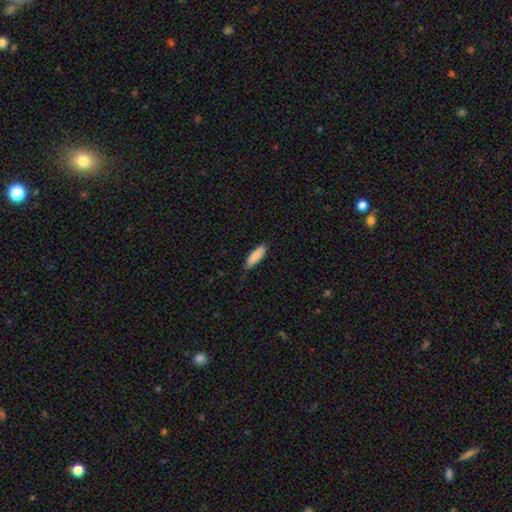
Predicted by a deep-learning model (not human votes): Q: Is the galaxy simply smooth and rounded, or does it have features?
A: smooth — 87%.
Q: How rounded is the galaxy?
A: cigar-shaped — 51%.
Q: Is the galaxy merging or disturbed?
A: none — 78%.